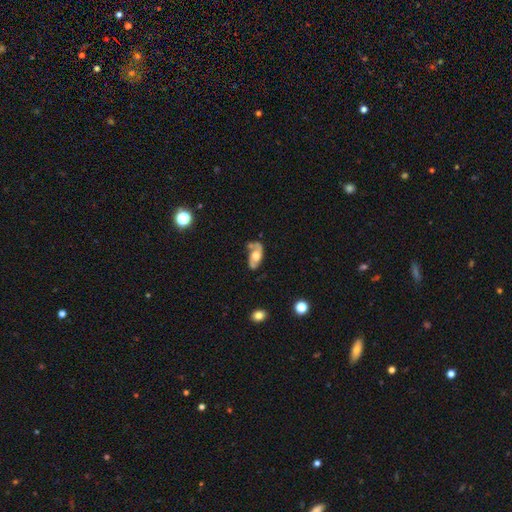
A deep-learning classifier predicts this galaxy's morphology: The model was most divided on "spiral winding": loose: 45%, medium: 38%, tight: 17%. Remaining: edge-on disk — no (92%); spiral arms — yes (84%); spiral arm count — 2 (79%); smooth or featured — featured or disk (70%); bar — no (69%); bulge size — moderate (52%); merging — none (48%).